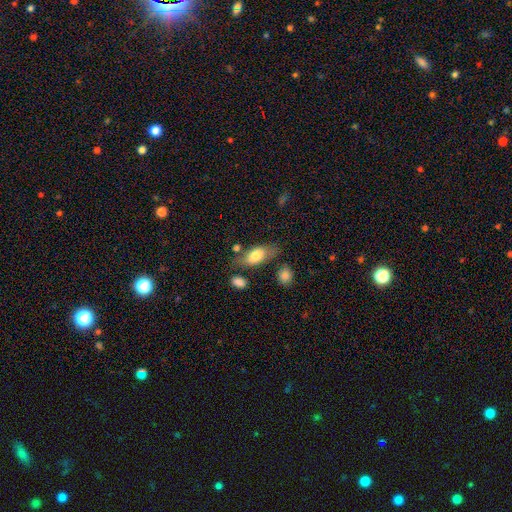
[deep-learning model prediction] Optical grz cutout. It shows a smooth galaxy with no disk features (70%) that is in between round and cigar-shaped (84%). Merging: none (65%).